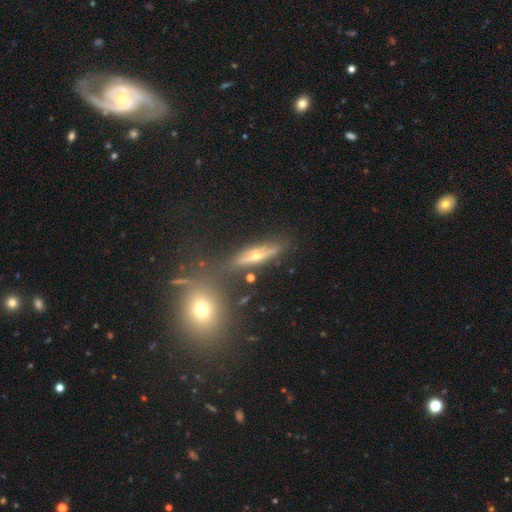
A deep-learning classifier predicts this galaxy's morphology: Overall: featured or disk (58%; smooth 25%). Edge-on disk: yes (77%). Merging: none (74%).